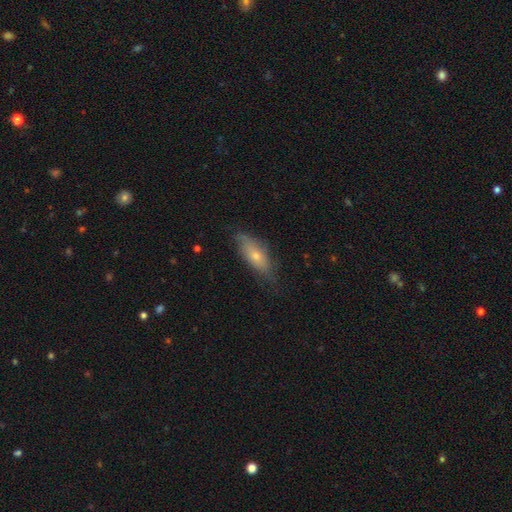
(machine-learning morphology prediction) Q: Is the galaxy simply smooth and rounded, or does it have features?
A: smooth — 60%.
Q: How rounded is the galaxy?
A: in between — 67%.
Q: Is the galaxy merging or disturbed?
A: none — 66%.